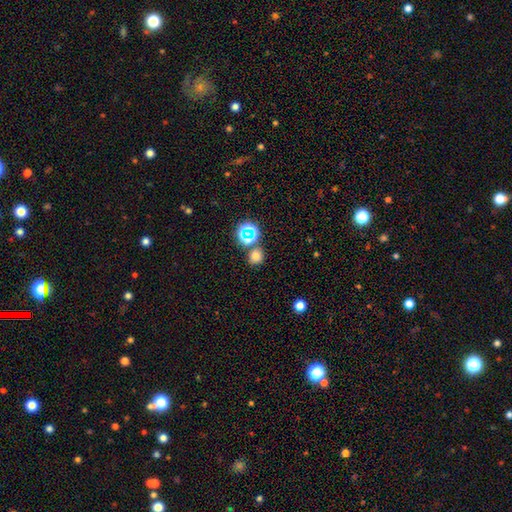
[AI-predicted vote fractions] Smooth or featured: smooth — 70% (star or artifact — 24%)
How rounded: round — 83% (in between — 16%)
Merging: none — 74% (merger — 15%)